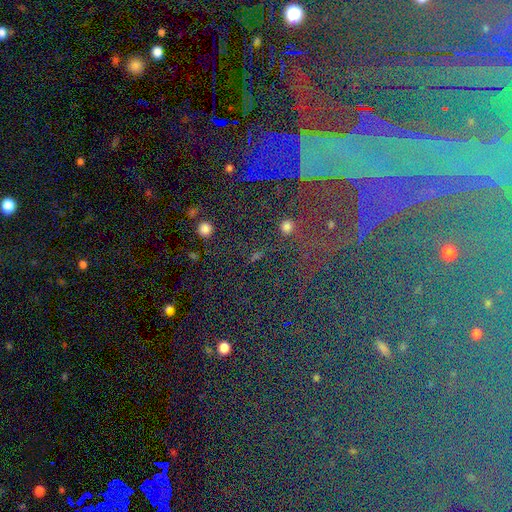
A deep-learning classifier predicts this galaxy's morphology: smooth-or-featured: star or artifact: 62% | featured or disk: 20% | smooth: 17%